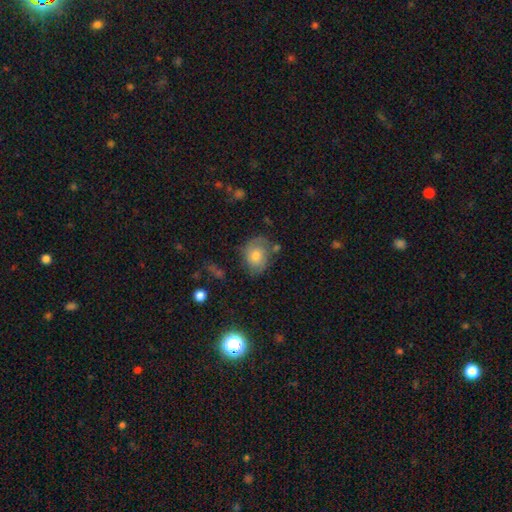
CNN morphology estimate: Q: Smooth or featured?
A: smooth (59%); runner-up: featured or disk (32%)
Q: How rounded?
A: round (51%); runner-up: in between (48%)
Q: Merging?
A: none (59%); runner-up: minor disturbance (26%)